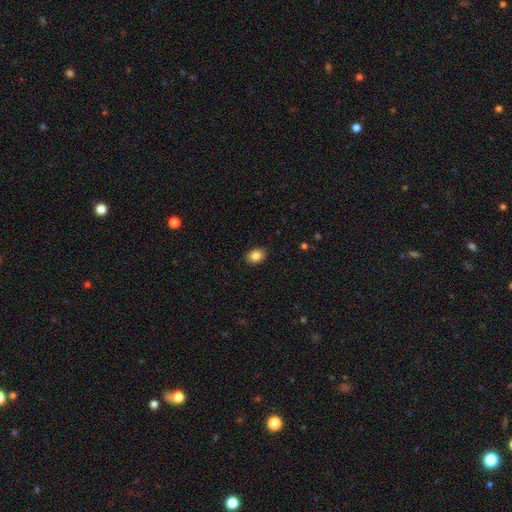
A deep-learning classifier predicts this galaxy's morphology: This appears to be a smooth galaxy with no disk features (87%) that is in between round and cigar-shaped (75%). Merging: none (88%).